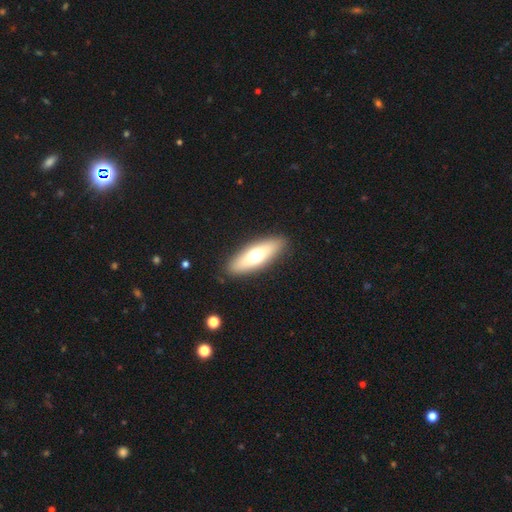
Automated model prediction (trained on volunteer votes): Q: Smooth or featured?
A: smooth (59%); runner-up: featured or disk (34%)
Q: How rounded?
A: in between (51%); runner-up: cigar-shaped (46%)
Q: Merging?
A: none (88%); runner-up: minor disturbance (8%)